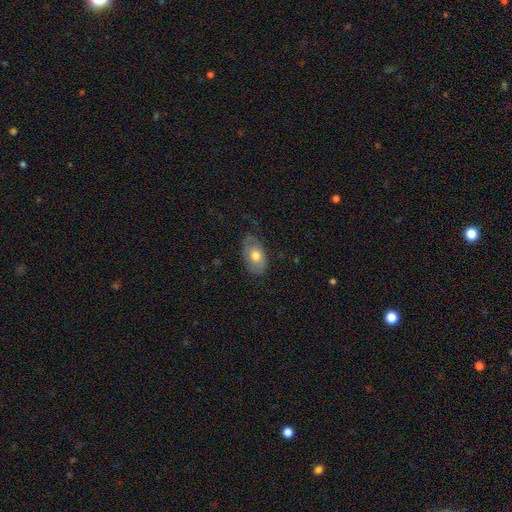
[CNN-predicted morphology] Q: Smooth or featured?
A: smooth (60%); runner-up: featured or disk (33%)
Q: How rounded?
A: in between (90%); runner-up: round (8%)
Q: Merging?
A: none (68%); runner-up: minor disturbance (24%)